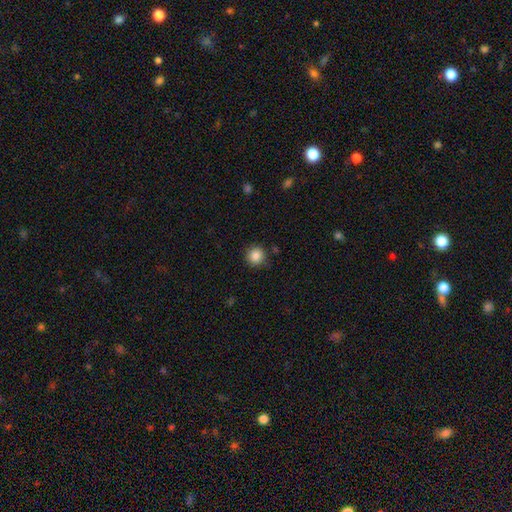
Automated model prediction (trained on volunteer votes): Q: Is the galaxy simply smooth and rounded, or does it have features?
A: smooth — 87%.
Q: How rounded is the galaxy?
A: round — 94%.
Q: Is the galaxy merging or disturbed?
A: none — 87%.